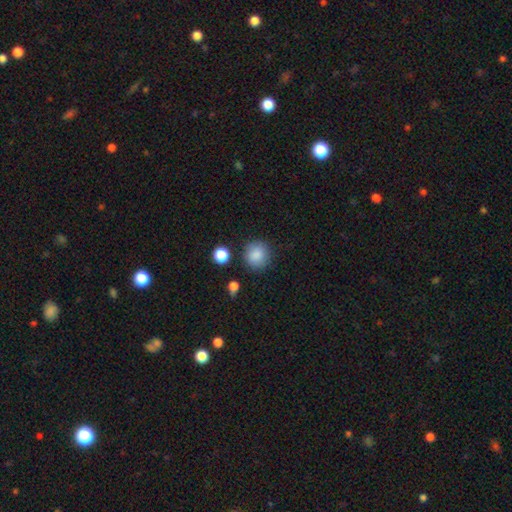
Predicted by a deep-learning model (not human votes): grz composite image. It shows a smooth galaxy with no disk features (87%) that is round (87%). Merging: none (83%).